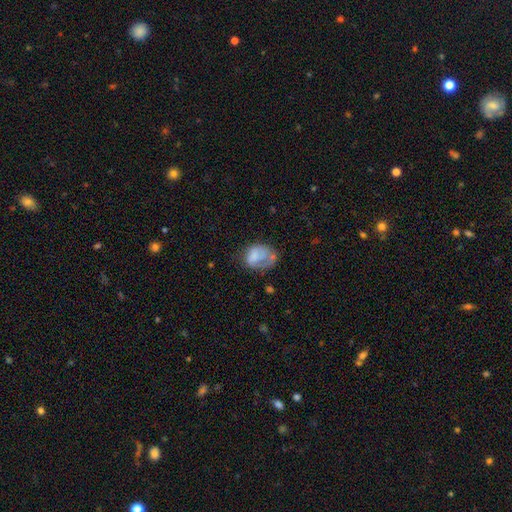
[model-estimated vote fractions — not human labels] This is likely a smooth galaxy (62%). How rounded: likely in between (63%). Merging: marginally none (34%).